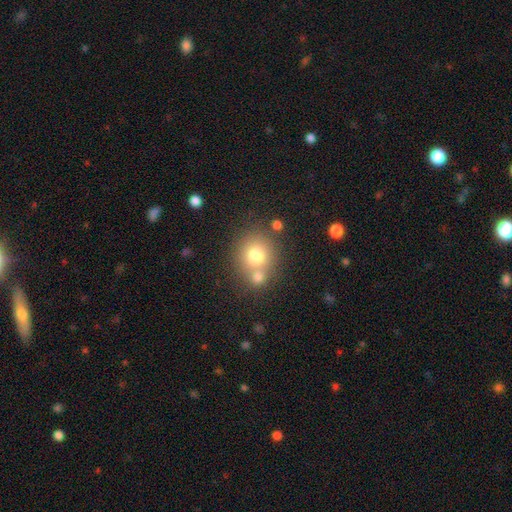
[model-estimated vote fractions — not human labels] smooth-or-featured: smooth: 73% | featured or disk: 14% | star or artifact: 12%
  how-rounded: round: 85% | in between: 14% | cigar-shaped: 1%
  merging: none: 57% | merger: 30% | minor disturbance: 10% | major disturbance: 4%